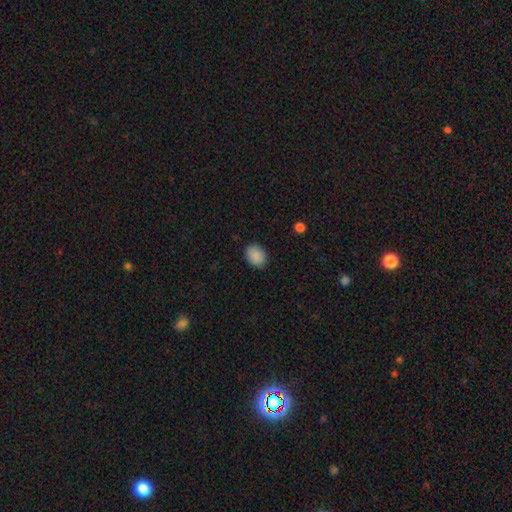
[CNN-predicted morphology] Smooth or featured? Predicted: smooth (p=0.89). How rounded? Predicted: in between (p=0.57). Merging? Predicted: none (p=0.87).